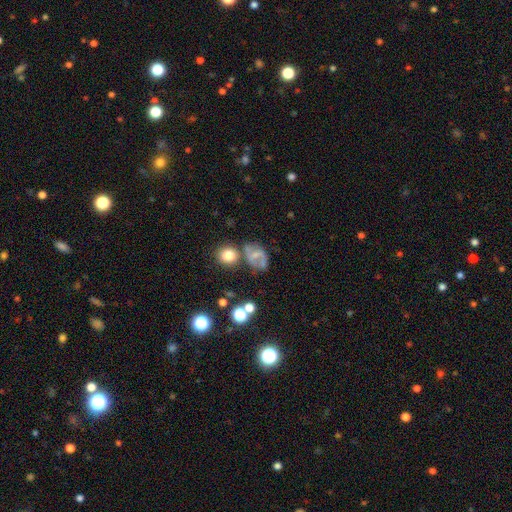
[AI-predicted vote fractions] Q: Smooth or featured?
A: featured or disk (46%); runner-up: smooth (40%)
Q: Merging?
A: none (52%); runner-up: minor disturbance (21%)